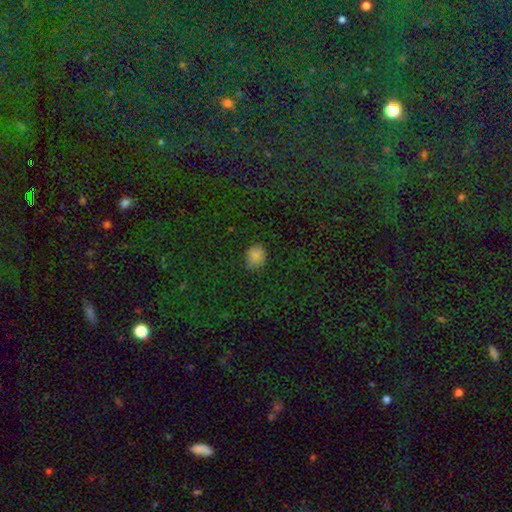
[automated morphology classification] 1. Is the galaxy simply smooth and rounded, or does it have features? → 80% smooth, 15% star or artifact, 5% featured or disk.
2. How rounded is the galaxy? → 66% round, 33% in between, 1% cigar-shaped.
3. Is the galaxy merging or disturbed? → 83% none, 13% minor disturbance, 3% major disturbance, 1% merger.